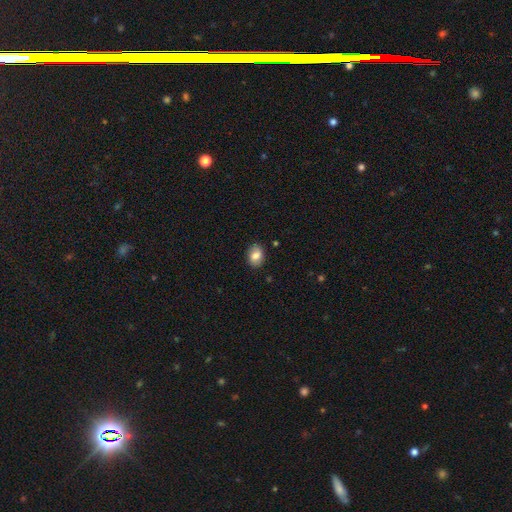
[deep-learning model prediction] Smooth or featured? Predicted: smooth (p=0.77). How rounded? Predicted: in between (p=0.69). Merging? Predicted: none (p=0.85).